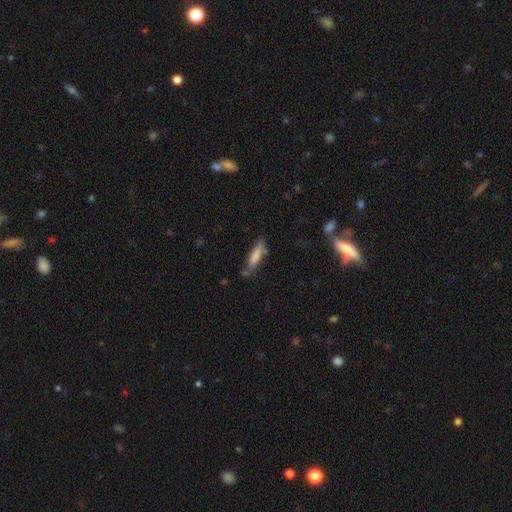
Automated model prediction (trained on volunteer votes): Q: Smooth or featured?
A: smooth (78%); runner-up: featured or disk (15%)
Q: How rounded?
A: cigar-shaped (73%); runner-up: in between (26%)
Q: Merging?
A: none (63%); runner-up: minor disturbance (23%)